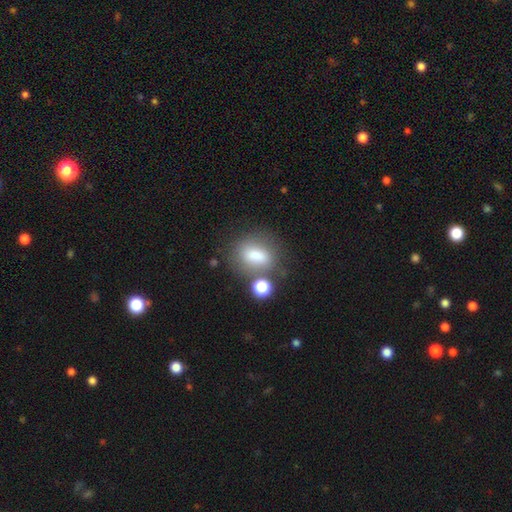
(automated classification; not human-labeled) Smooth or featured? smooth (76%)
How rounded? in between (66%)
Merging? none (59%)